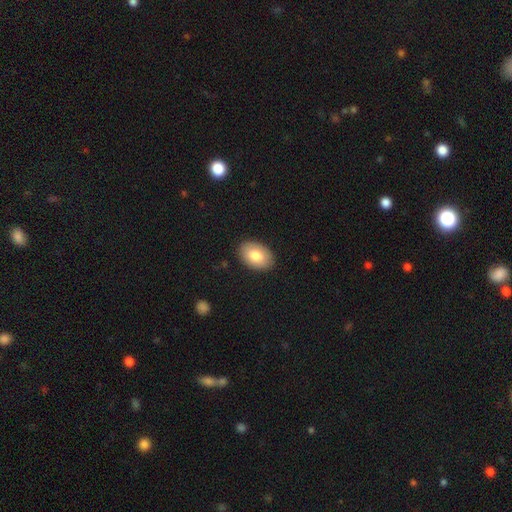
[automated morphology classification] smooth 79%, featured or disk 14%, star or artifact 6%. Down the decision tree: how rounded — in between (89%); merging — none (88%).